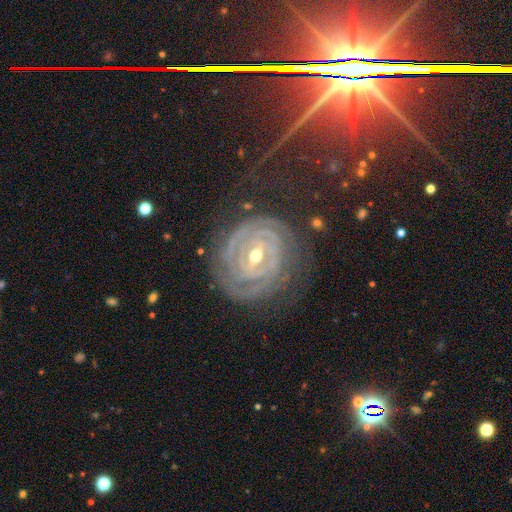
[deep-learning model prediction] smooth_or_featured: featured or disk (p=0.85) [alt: star or artifact p=0.09]
disk_edge_on: no (p=0.96) [alt: yes p=0.04]
bar: strong (p=0.40) [tied with: weak p=0.40]
has_spiral_arms: yes (p=0.96) [alt: no p=0.04]
spiral_winding: tight (p=0.87) [alt: medium p=0.11]
spiral_arm_count: can't tell (p=0.27) [alt: 2 p=0.24]
bulge_size: moderate (p=0.54) [alt: small p=0.43]
merging: none (p=0.79) [alt: minor disturbance p=0.13]